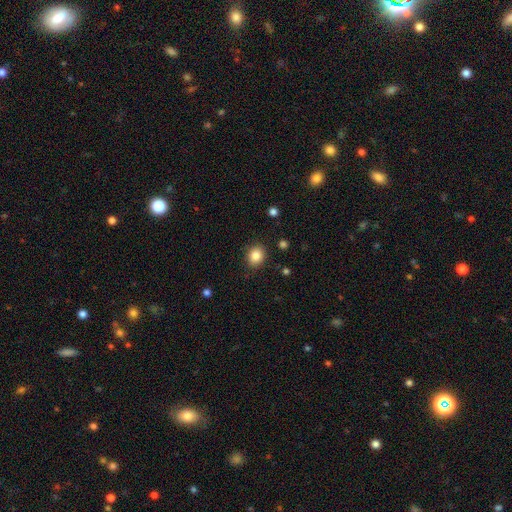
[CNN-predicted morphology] Smooth or featured? smooth (85%)
How rounded? round (65%)
Merging? none (89%)